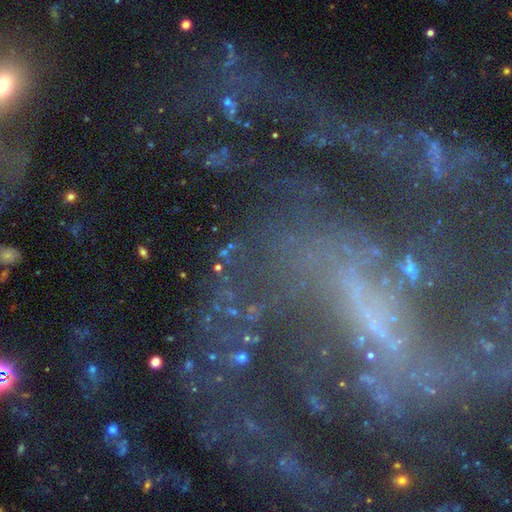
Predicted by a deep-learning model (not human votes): Morphology: type=featured or disk (59%); edge-on=no (89%); bar=strong (38%); spiral arms=yes (71%); bulge=small (40%); merging=none (53%).